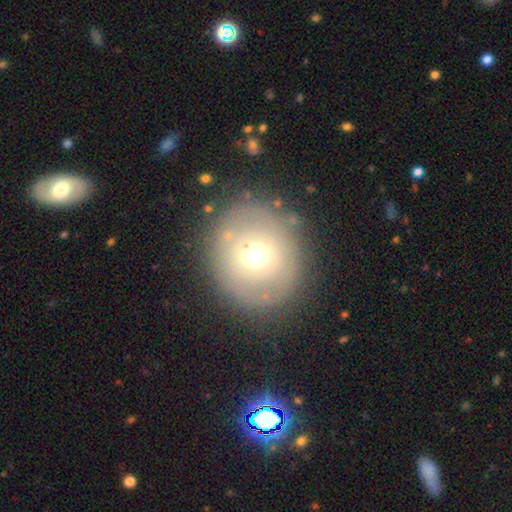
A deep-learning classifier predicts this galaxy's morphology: A smooth galaxy with no disk features (48%).

Vote fractions:
- Smooth or featured? smooth: 48% / featured or disk: 40% / star or artifact: 12%
- Merging? none: 80% / minor disturbance: 12% / major disturbance: 5% / merger: 3%